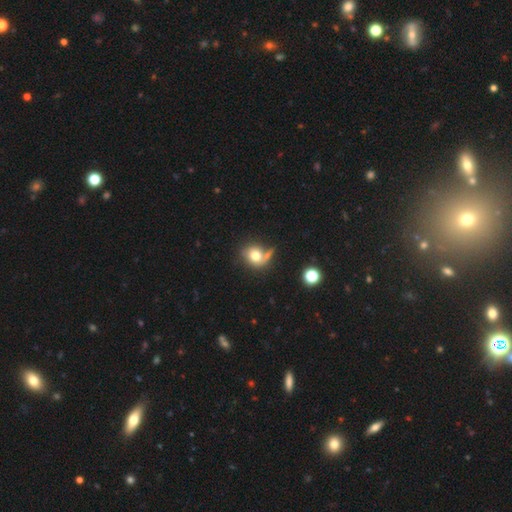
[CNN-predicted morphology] This appears to be a smooth galaxy with no disk features (72%) that is round (72%). Merging: none (50%).